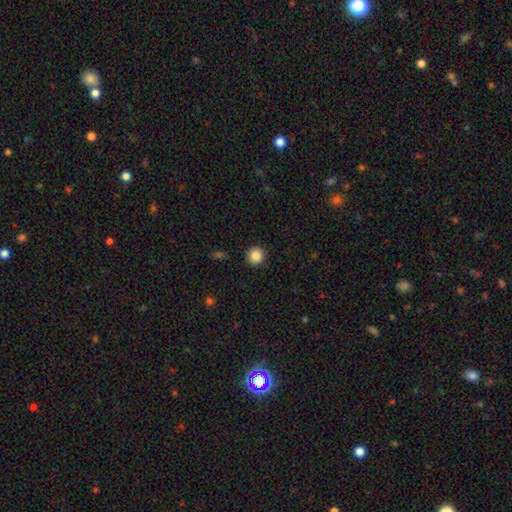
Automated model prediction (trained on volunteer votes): Smooth or featured? Predicted: smooth (p=0.86). How rounded? Predicted: round (p=0.93). Merging? Predicted: none (p=0.92).